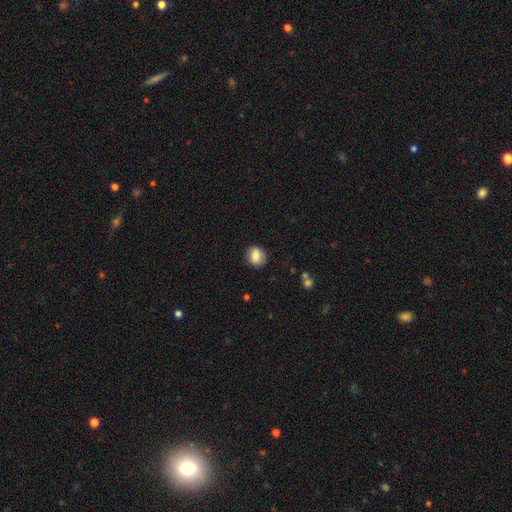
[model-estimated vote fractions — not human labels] Smooth or featured?
  - smooth: 82% *
  - featured or disk: 10%
  - star or artifact: 8%
How rounded?
  - round: 63% *
  - in between: 36%
  - cigar-shaped: 1%
Merging?
  - none: 83% *
  - minor disturbance: 12%
  - major disturbance: 3%
  - merger: 1%